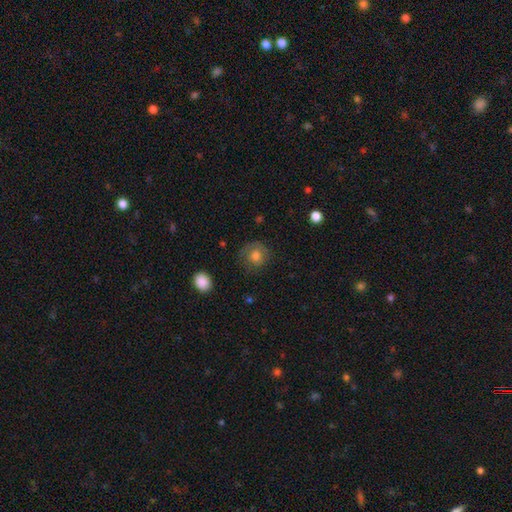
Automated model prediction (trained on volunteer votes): smooth_or_featured: smooth (p=0.70) [alt: featured or disk p=0.21]
how_rounded: round (p=0.86) [alt: in between p=0.13]
merging: none (p=0.70) [alt: minor disturbance p=0.19]